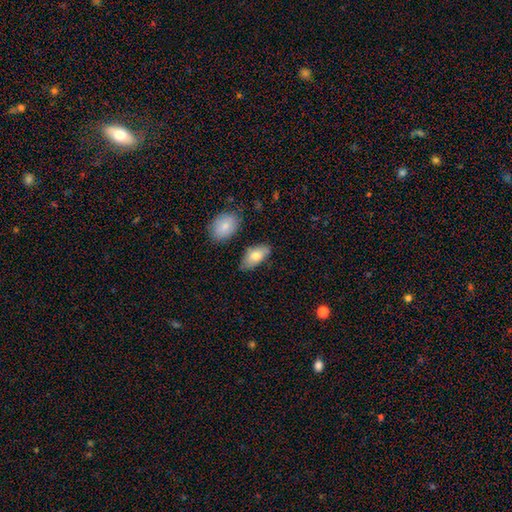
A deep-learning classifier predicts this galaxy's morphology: type=smooth (78%); roundness=in between (92%); merging=none (73%).